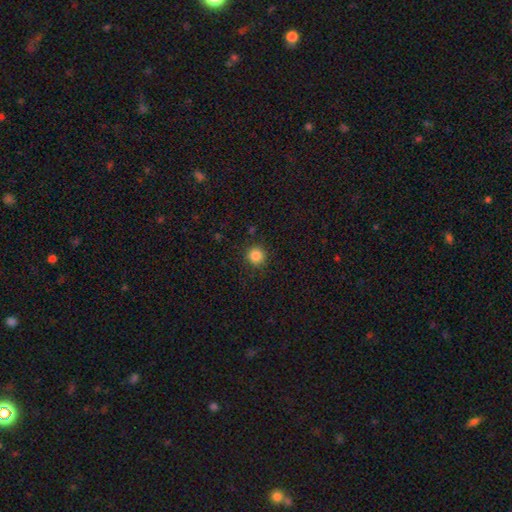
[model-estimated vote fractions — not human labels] Smooth or featured: smooth — 85% (star or artifact — 11%)
How rounded: round — 94% (in between — 5%)
Merging: none — 89% (minor disturbance — 7%)